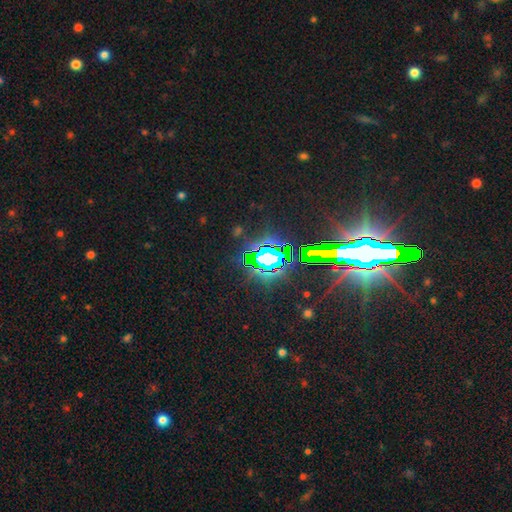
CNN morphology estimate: This appears to be a star or artifact, not a galaxy (86%).